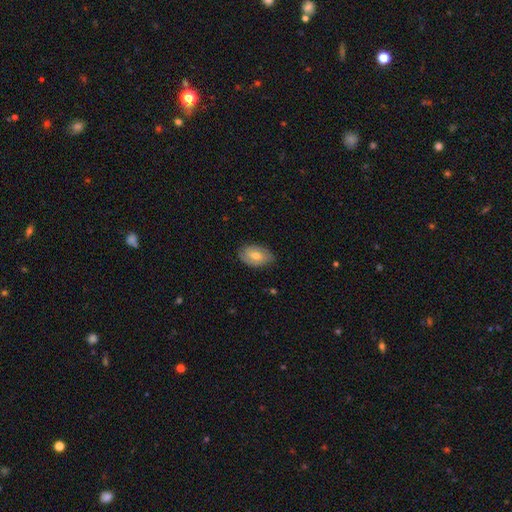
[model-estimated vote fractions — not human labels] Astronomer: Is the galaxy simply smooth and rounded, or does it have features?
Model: smooth — 53% (runner-up: featured or disk, 40%).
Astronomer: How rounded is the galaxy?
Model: in between — 87%.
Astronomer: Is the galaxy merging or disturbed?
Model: none — 77%.